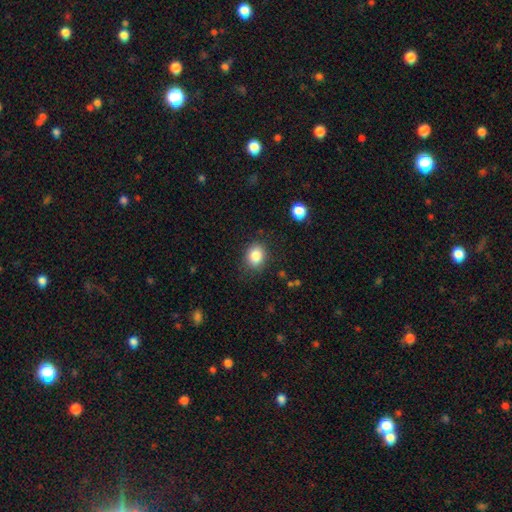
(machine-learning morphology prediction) The model was most divided on "how rounded": round: 52%, in between: 47%, cigar-shaped: 1%. More confident: smooth or featured — smooth (85%); merging — none (83%).